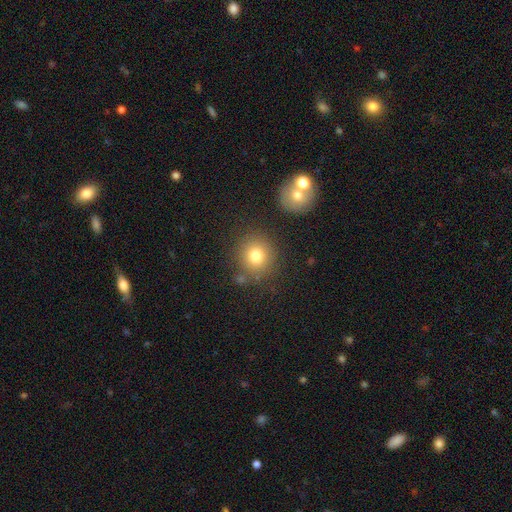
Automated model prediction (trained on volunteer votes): The model was most divided on "smooth or featured": smooth: 77%, star or artifact: 13%, featured or disk: 10%. More confident: how rounded — round (89%); merging — none (82%).